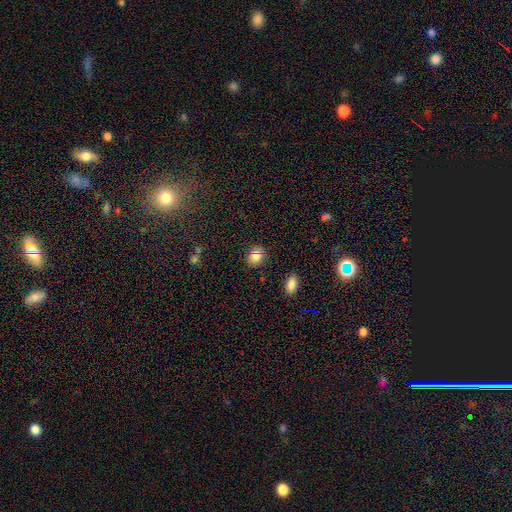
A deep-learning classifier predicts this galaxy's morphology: This appears to be a smooth galaxy with no disk features (80%) that is round (71%). Merging: none (85%).